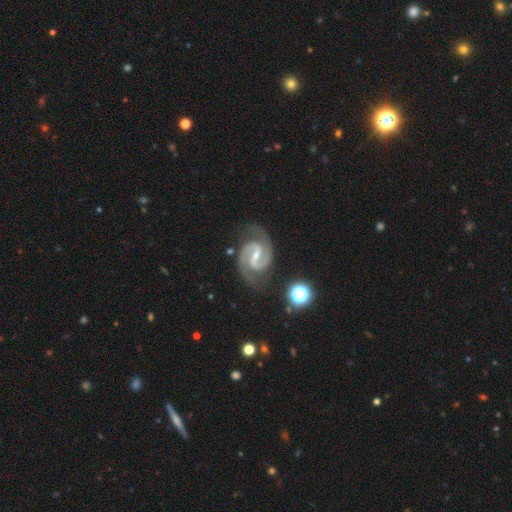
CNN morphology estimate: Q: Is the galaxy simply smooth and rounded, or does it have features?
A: featured or disk — 93%.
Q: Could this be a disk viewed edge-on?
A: no — 98%.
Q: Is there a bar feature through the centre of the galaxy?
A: strong — 52%.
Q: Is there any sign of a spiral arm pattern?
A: yes — 99%.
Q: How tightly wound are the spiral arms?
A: medium — 63%.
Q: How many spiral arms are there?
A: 2 — 94%.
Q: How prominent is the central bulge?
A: small — 66%.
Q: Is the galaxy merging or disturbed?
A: none — 77%.